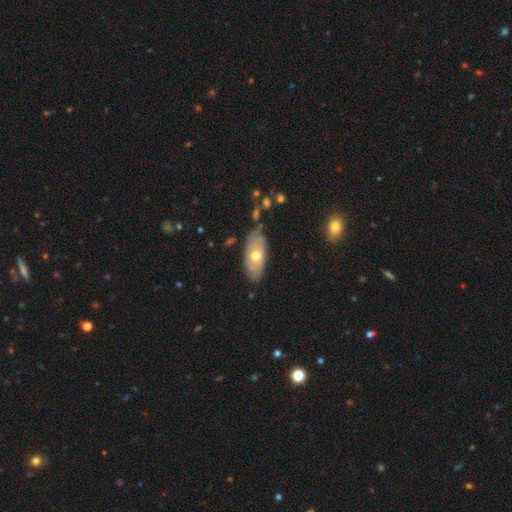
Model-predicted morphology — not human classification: This is possibly a featured or disk galaxy (47%). Merging: likely none (69%).